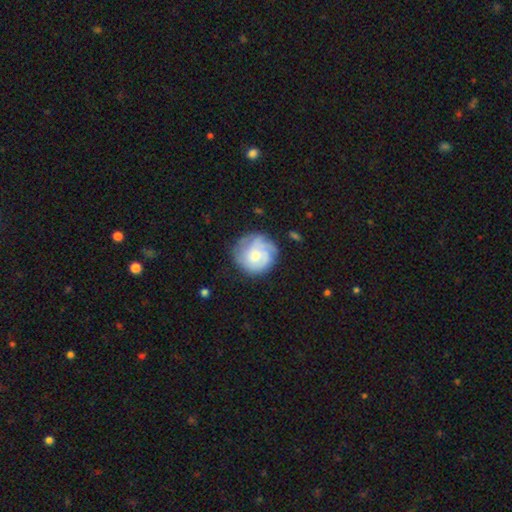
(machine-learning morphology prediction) Smooth or featured?
  - featured or disk: 60% *
  - smooth: 33%
  - star or artifact: 7%
Edge-on disk?
  - no: 98% *
  - yes: 2%
Bar?
  - no: 77% *
  - weak: 20%
  - strong: 3%
Spiral arms?
  - yes: 85% *
  - no: 15%
Spiral winding?
  - tight: 61% *
  - medium: 28%
  - loose: 11%
Spiral arm count?
  - can't tell: 41% *
  - 3: 23%
  - 2: 16%
  - 4: 9%
  - 1: 7%
  - more than 4: 5%
Bulge size?
  - moderate: 45% *
  - small: 43%
  - large: 6%
  - none: 4%
  - dominant: 1%
Merging?
  - none: 71% *
  - minor disturbance: 19%
  - major disturbance: 8%
  - merger: 2%